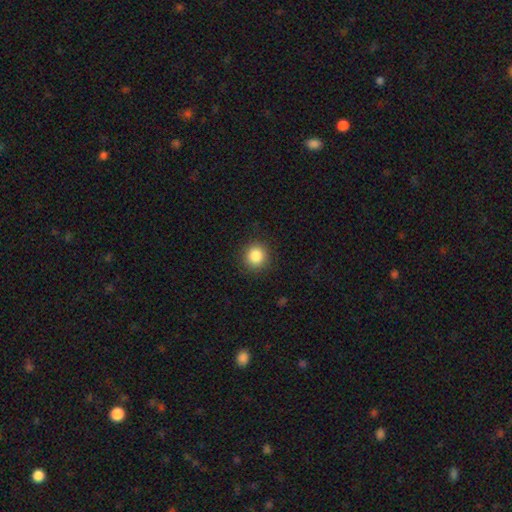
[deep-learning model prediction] smooth-or-featured: smooth: 86% | star or artifact: 10% | featured or disk: 4%
  how-rounded: round: 91% | in between: 8% | cigar-shaped: 1%
  merging: none: 90% | minor disturbance: 7% | major disturbance: 2% | merger: 1%